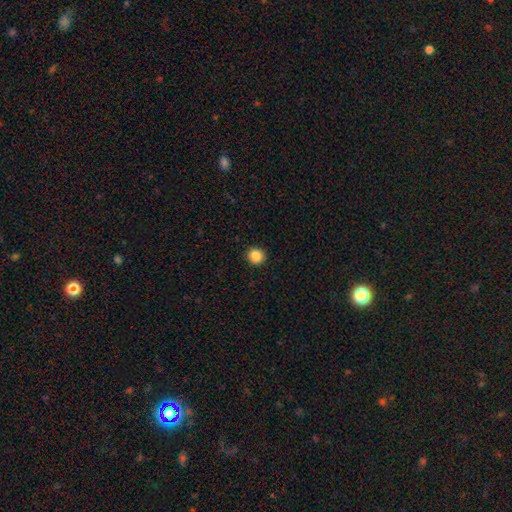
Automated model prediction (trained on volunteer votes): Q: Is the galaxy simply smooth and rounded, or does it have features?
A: smooth — 87%.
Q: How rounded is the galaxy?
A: round — 92%.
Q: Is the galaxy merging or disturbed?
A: none — 93%.